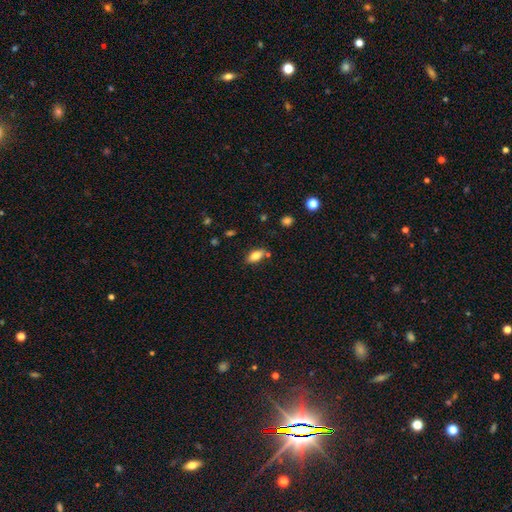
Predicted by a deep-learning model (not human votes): Smooth or featured: smooth — 78% (featured or disk — 14%)
How rounded: in between — 89% (cigar-shaped — 7%)
Merging: none — 77% (minor disturbance — 13%)